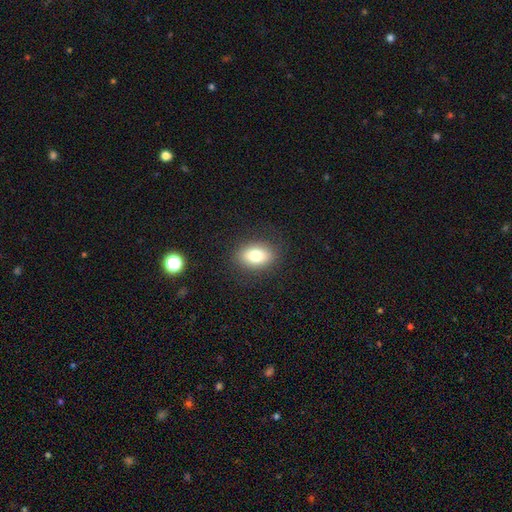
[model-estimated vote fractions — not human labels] A smooth galaxy with no disk features (77%) that is in between round and cigar-shaped (80%). Merging: none (86%).